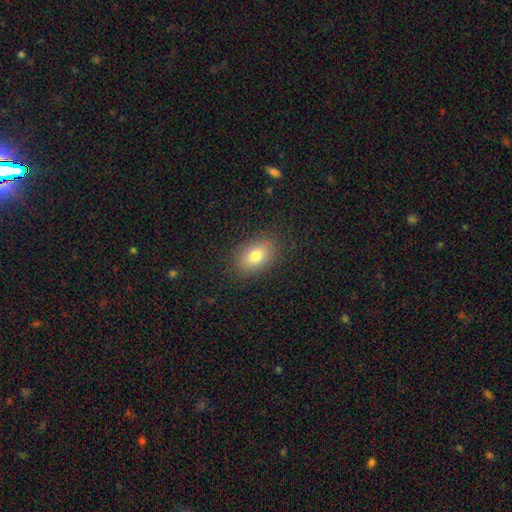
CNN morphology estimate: Q: Smooth or featured?
A: smooth (79%); runner-up: featured or disk (11%)
Q: How rounded?
A: in between (84%); runner-up: round (14%)
Q: Merging?
A: none (85%); runner-up: minor disturbance (11%)